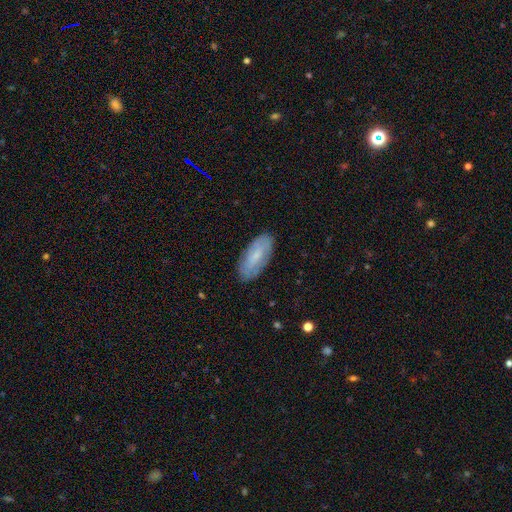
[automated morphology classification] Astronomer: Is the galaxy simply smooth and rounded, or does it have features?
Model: smooth — 55% (runner-up: featured or disk, 37%).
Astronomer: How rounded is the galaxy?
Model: in between — 84%.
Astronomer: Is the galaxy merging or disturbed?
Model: none — 83%.